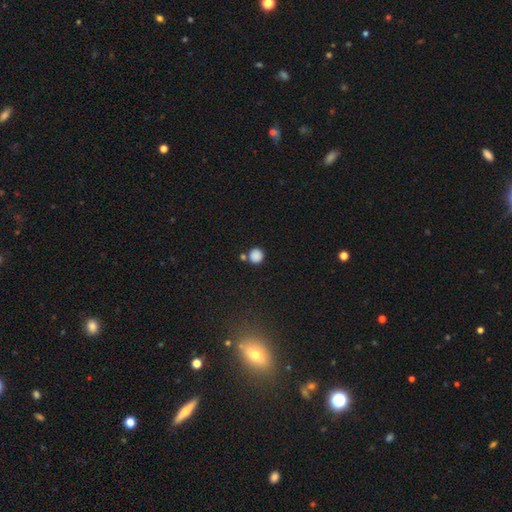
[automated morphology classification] A smooth galaxy with no disk features (85%) that is round (91%). Merging: none (76%).